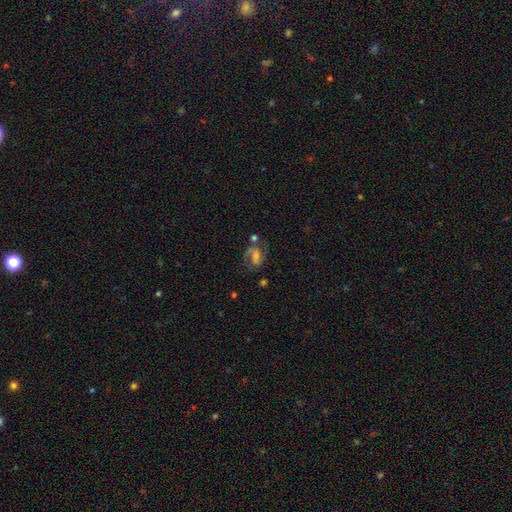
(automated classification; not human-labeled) Morphology: type=featured or disk (70%); edge-on=no (97%); bar=weak (46%); spiral arms=yes (89%); winding=medium (52%); arm count=2 (79%); bulge=small (40%); merging=none (53%).